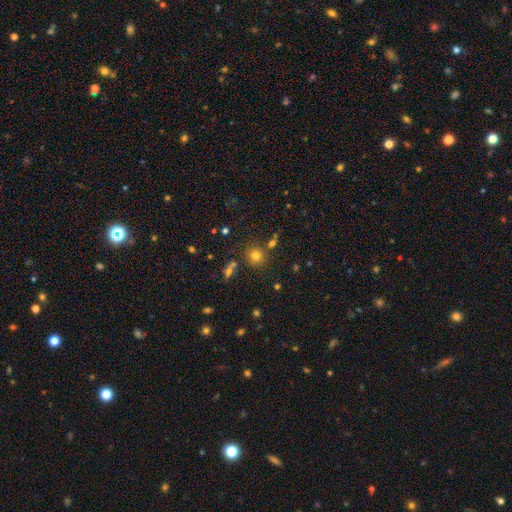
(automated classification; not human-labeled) smooth 72%, star or artifact 19%, featured or disk 9%. Down the decision tree: how rounded — round (88%); merging — none (80%).